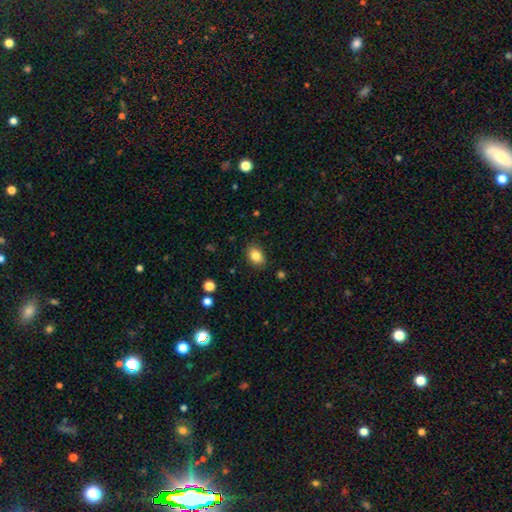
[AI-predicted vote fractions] Smooth or featured?
  - smooth: 84% *
  - star or artifact: 9%
  - featured or disk: 7%
How rounded?
  - in between: 78% *
  - round: 20%
  - cigar-shaped: 1%
Merging?
  - none: 85% *
  - minor disturbance: 11%
  - major disturbance: 3%
  - merger: 1%